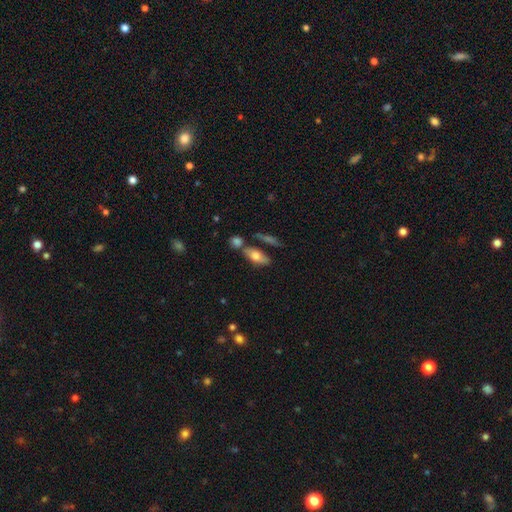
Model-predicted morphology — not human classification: smooth 66%, featured or disk 26%, star or artifact 7%. Down the decision tree: how rounded — in between (74%); merging — none (60%).